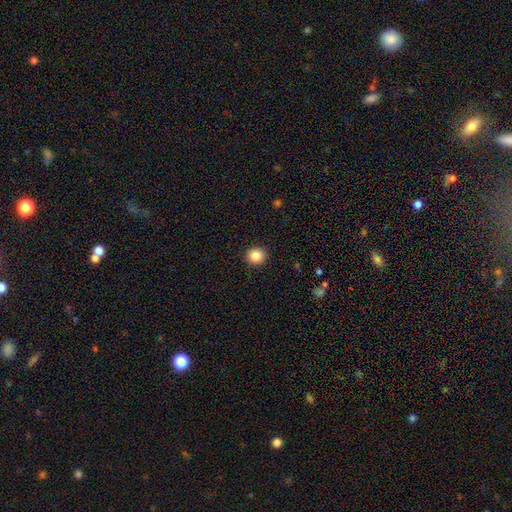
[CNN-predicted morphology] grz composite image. It shows a smooth galaxy with no disk features (86%) that is round (88%). Merging: none (92%).